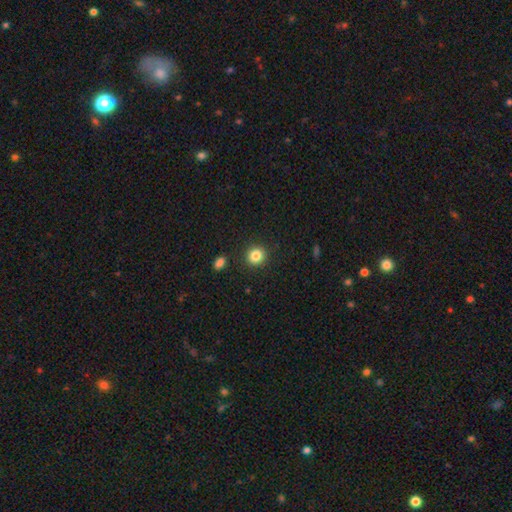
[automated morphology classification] The model was most divided on "smooth or featured": smooth: 84%, star or artifact: 10%, featured or disk: 5%. More confident: merging — none (90%); how rounded — round (89%).